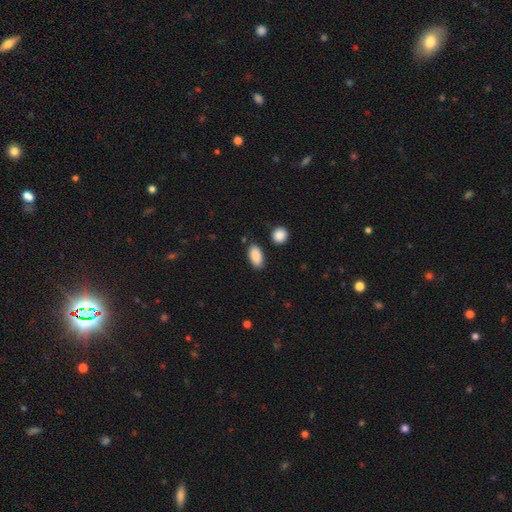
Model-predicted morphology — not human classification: Smooth or featured? smooth (89%)
How rounded? in between (91%)
Merging? none (83%)